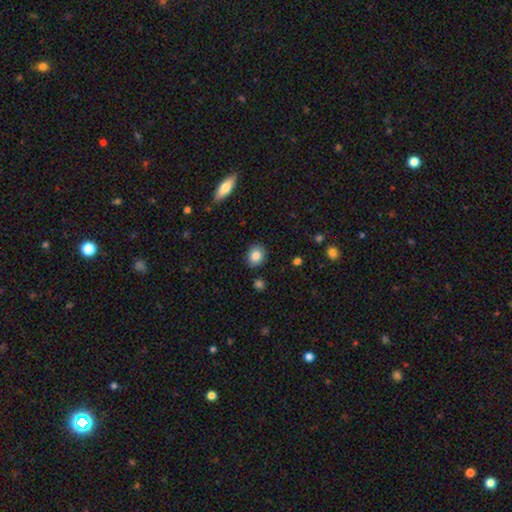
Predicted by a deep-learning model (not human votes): Smooth or featured? smooth (84%)
How rounded? round (63%)
Merging? none (87%)